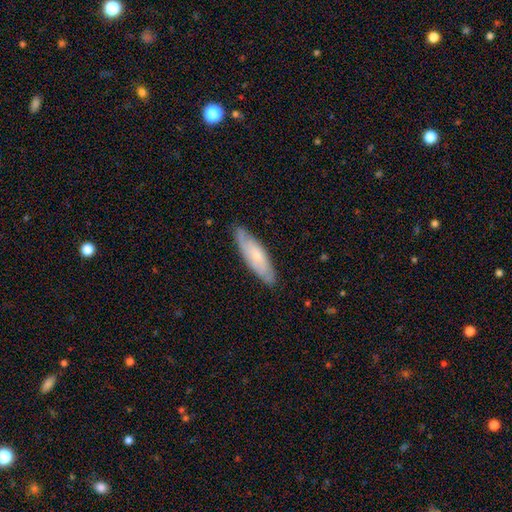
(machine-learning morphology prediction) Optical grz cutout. It shows a featured or disk galaxy (49%). Merging: none (81%).